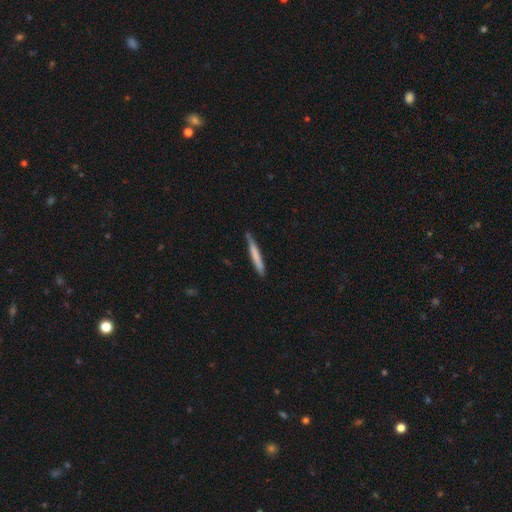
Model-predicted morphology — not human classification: smooth 70%, featured or disk 25%, star or artifact 5%. Down the decision tree: how rounded — cigar-shaped (96%); merging — none (81%).